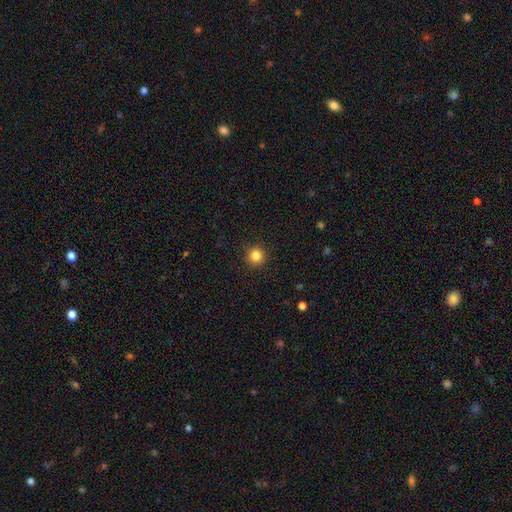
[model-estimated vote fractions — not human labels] Smooth or featured?
  - smooth: 83% *
  - star or artifact: 12%
  - featured or disk: 5%
How rounded?
  - round: 95% *
  - in between: 4%
  - cigar-shaped: 1%
Merging?
  - none: 92% *
  - minor disturbance: 5%
  - major disturbance: 2%
  - merger: 1%